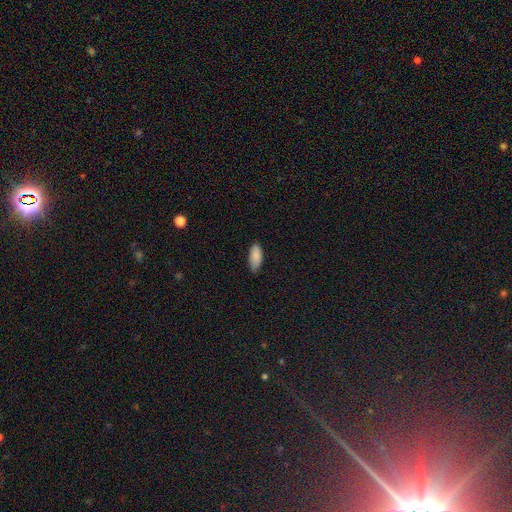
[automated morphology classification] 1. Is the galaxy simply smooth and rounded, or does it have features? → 88% smooth, 6% featured or disk, 6% star or artifact.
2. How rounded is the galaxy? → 87% in between, 11% cigar-shaped, 2% round.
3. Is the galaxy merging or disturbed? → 78% none, 19% minor disturbance, 2% major disturbance, 1% merger.